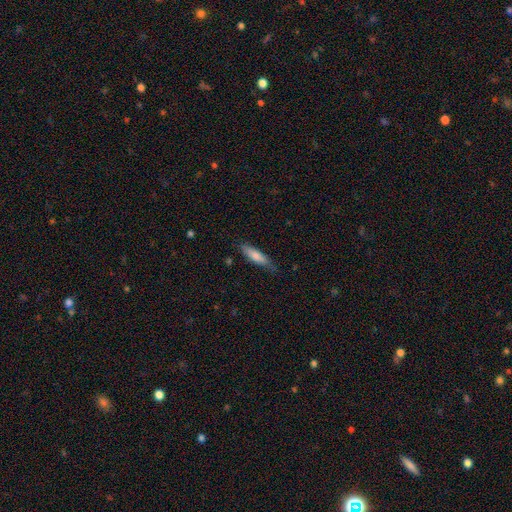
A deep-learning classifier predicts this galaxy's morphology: Smooth or featured: smooth — 77% (featured or disk — 17%)
How rounded: cigar-shaped — 64% (in between — 35%)
Merging: none — 69% (minor disturbance — 25%)